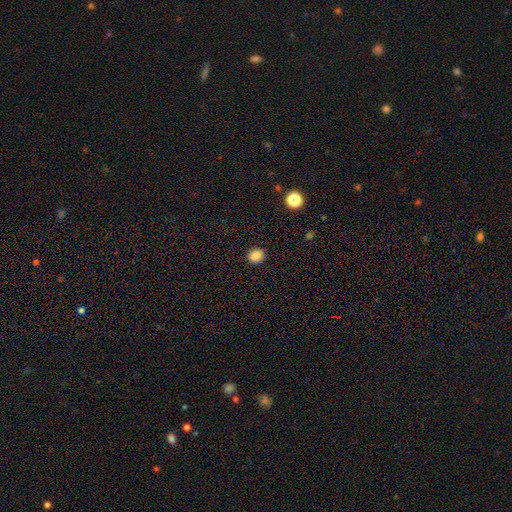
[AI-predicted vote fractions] Smooth or featured? smooth (85%)
How rounded? round (81%)
Merging? none (92%)